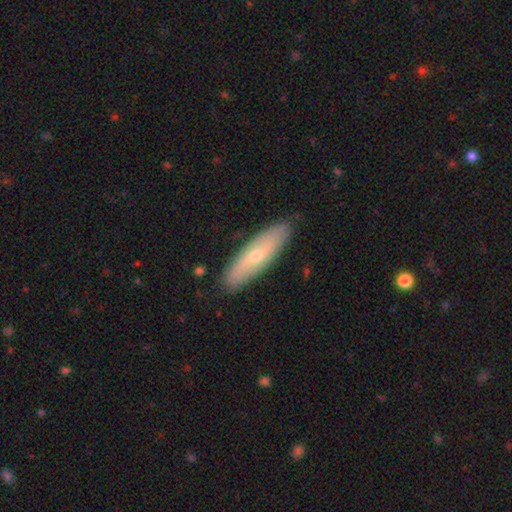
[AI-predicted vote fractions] smooth-or-featured: smooth: 52% | featured or disk: 42% | star or artifact: 6%
  how-rounded: cigar-shaped: 59% | in between: 39% | round: 2%
  merging: none: 86% | minor disturbance: 11% | major disturbance: 2% | merger: 1%